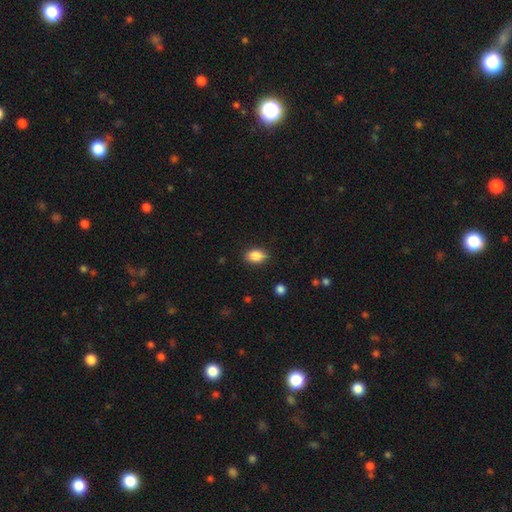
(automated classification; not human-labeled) Q: Smooth or featured?
A: smooth (87%); runner-up: star or artifact (8%)
Q: How rounded?
A: in between (84%); runner-up: round (14%)
Q: Merging?
A: none (87%); runner-up: minor disturbance (9%)